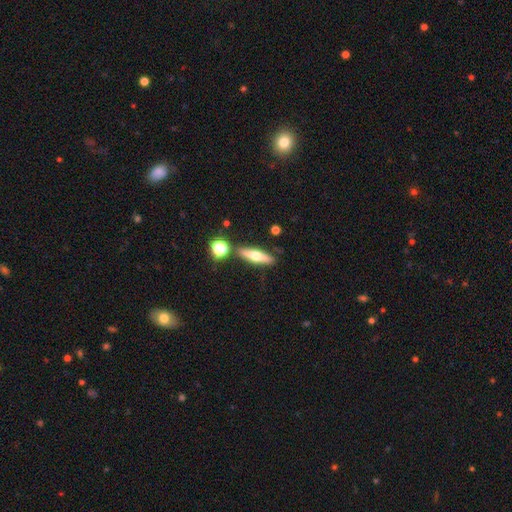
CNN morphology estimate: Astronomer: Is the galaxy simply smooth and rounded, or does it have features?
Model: smooth — 50% (runner-up: featured or disk, 43%).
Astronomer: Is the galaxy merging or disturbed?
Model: none — 81%.